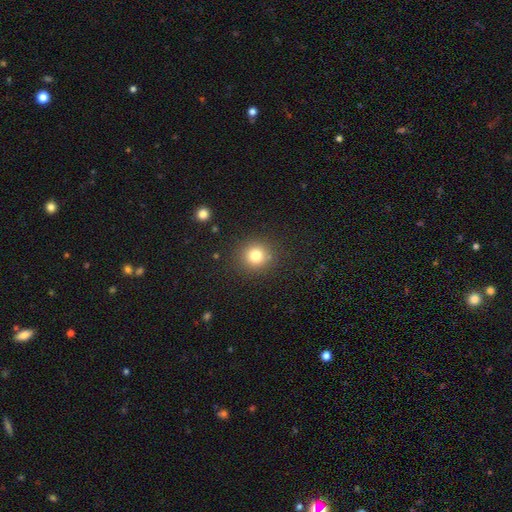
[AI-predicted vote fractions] Smooth or featured: smooth — 79% (star or artifact — 13%)
How rounded: round — 92% (in between — 7%)
Merging: none — 88% (minor disturbance — 7%)